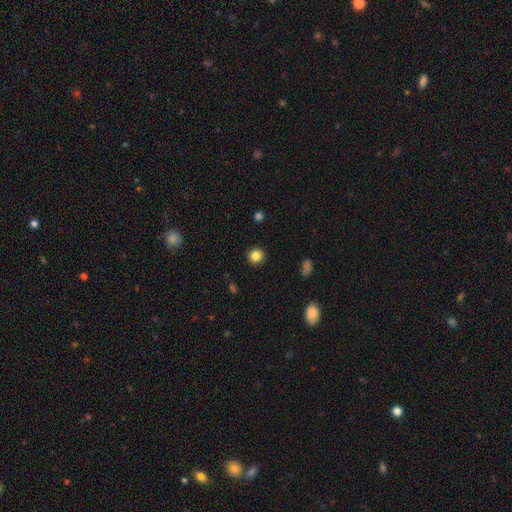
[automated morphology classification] smooth_or_featured: smooth (p=0.85) [alt: star or artifact p=0.11]
how_rounded: round (p=0.93) [alt: in between p=0.06]
merging: none (p=0.92) [alt: minor disturbance p=0.05]